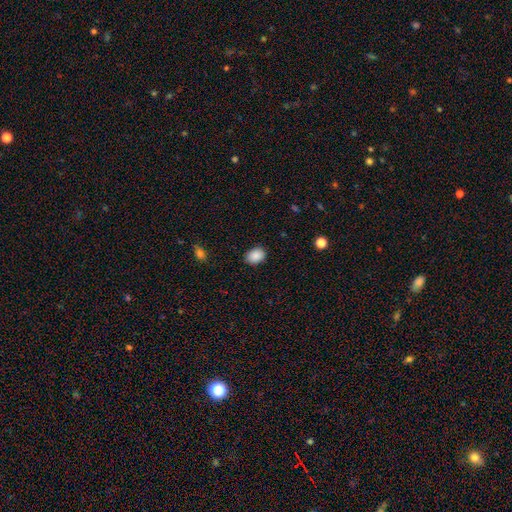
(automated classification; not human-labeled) Smooth or featured? smooth (89%)
How rounded? in between (71%)
Merging? none (88%)